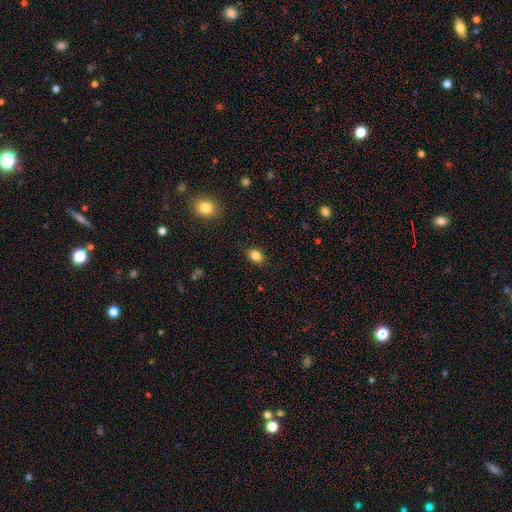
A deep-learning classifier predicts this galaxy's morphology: This appears to be a smooth galaxy with no disk features (85%) that is in between round and cigar-shaped (66%). Merging: none (87%).